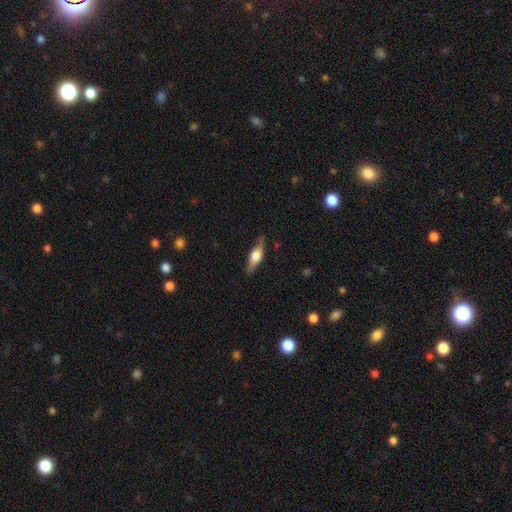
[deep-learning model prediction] Q: Smooth or featured?
A: featured or disk (61%); runner-up: smooth (33%)
Q: Edge-on disk?
A: yes (94%); runner-up: no (6%)
Q: Edge-on bulge?
A: rounded (91%); runner-up: boxy (7%)
Q: Merging?
A: none (83%); runner-up: minor disturbance (13%)